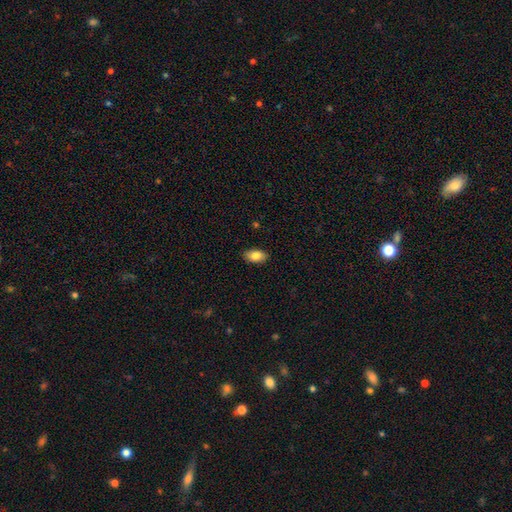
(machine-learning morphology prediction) Overall: smooth (84%). How rounded: in between (92%). Merging: none (88%).